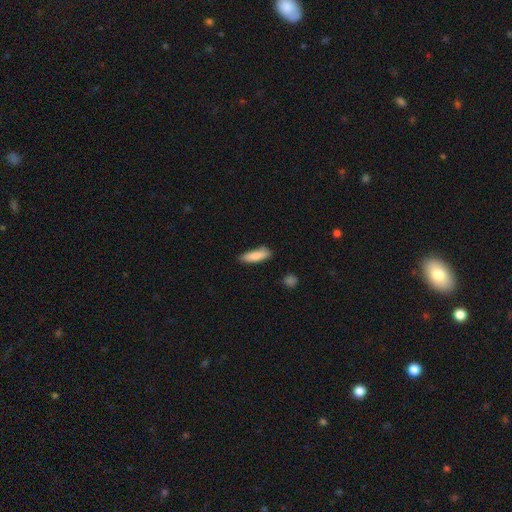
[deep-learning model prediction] Q: Smooth or featured?
A: smooth (86%); runner-up: featured or disk (8%)
Q: How rounded?
A: cigar-shaped (55%); runner-up: in between (43%)
Q: Merging?
A: none (79%); runner-up: minor disturbance (16%)